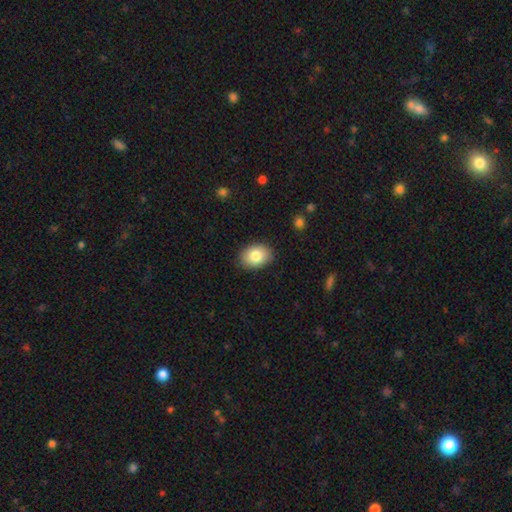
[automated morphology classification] A smooth galaxy with no disk features (82%) that is in between round and cigar-shaped (75%). Merging: none (85%).